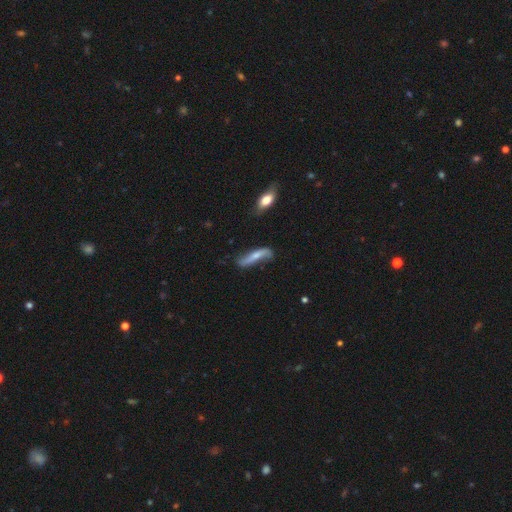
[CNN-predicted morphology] This appears to be a featured or disk galaxy (54%). Merging: none (57%).